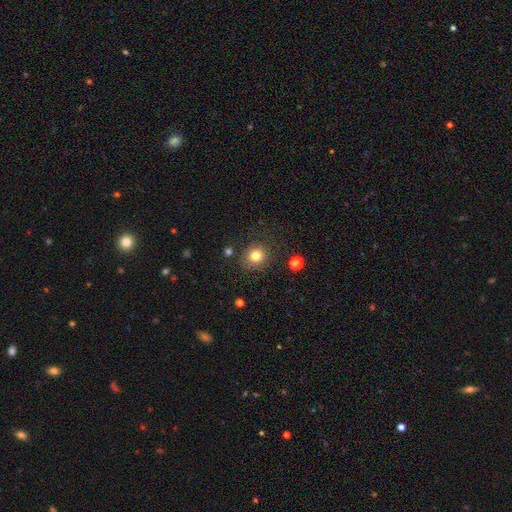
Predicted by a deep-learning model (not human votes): This is likely a smooth galaxy (80%). How rounded: clearly round (86%). Merging: clearly none (85%).